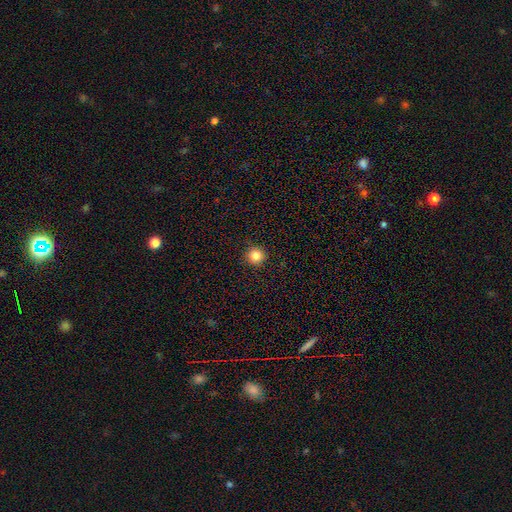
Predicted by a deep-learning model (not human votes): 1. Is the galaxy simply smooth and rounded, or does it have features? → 84% smooth, 12% star or artifact, 5% featured or disk.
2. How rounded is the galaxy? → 95% round, 4% in between, 1% cigar-shaped.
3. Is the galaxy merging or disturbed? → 92% none, 5% minor disturbance, 2% major disturbance, 1% merger.